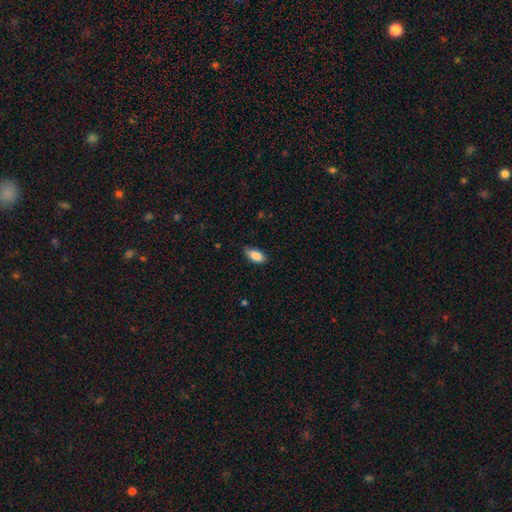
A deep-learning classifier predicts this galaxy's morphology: Smooth or featured? Predicted: smooth (p=0.87). How rounded? Predicted: in between (p=0.90). Merging? Predicted: none (p=0.73).